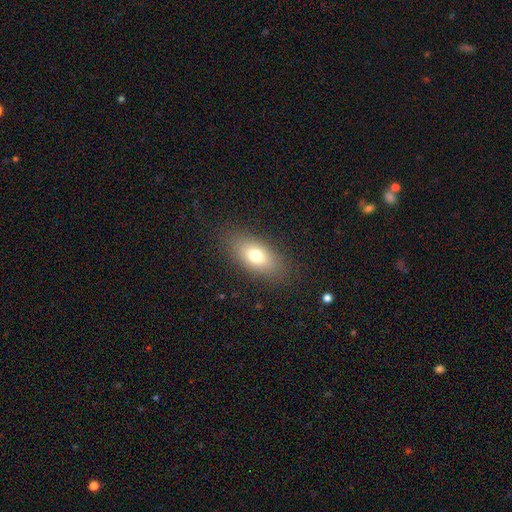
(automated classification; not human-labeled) Smooth or featured? smooth (73%)
How rounded? in between (84%)
Merging? none (85%)